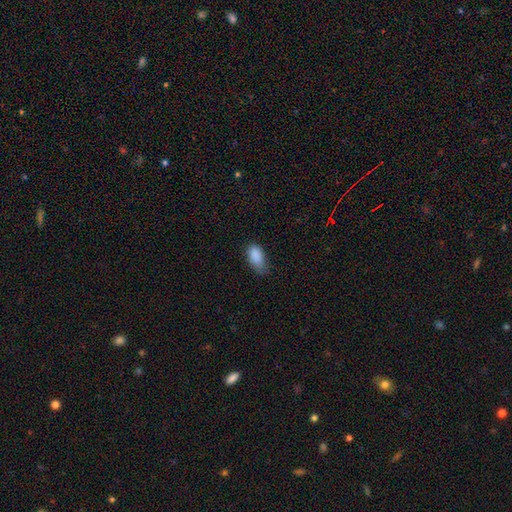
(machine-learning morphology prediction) Q: Smooth or featured?
A: smooth (88%); runner-up: star or artifact (8%)
Q: How rounded?
A: in between (92%); runner-up: round (5%)
Q: Merging?
A: none (52%); runner-up: minor disturbance (38%)